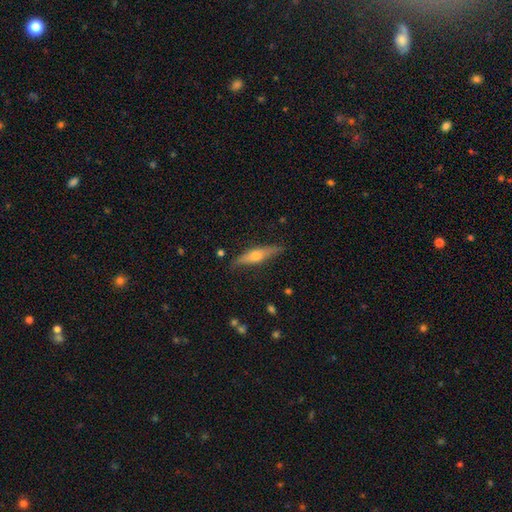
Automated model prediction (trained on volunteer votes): Morphology: type=featured or disk (58%); edge-on=yes (94%); edge-on bulge=rounded (90%); merging=none (84%).